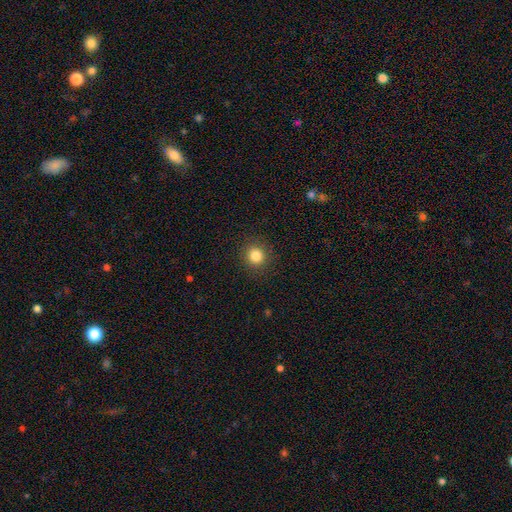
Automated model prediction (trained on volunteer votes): Smooth or featured? Predicted: smooth (p=0.83). How rounded? Predicted: round (p=0.92). Merging? Predicted: none (p=0.91).